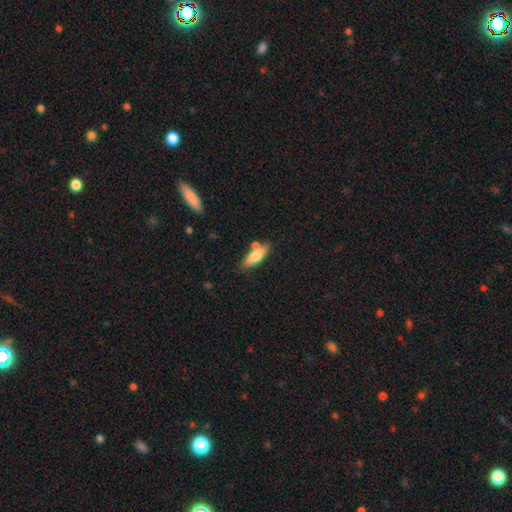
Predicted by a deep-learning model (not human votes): Q: Smooth or featured?
A: smooth (68%); runner-up: featured or disk (26%)
Q: How rounded?
A: in between (50%); runner-up: cigar-shaped (47%)
Q: Merging?
A: none (63%); runner-up: merger (18%)